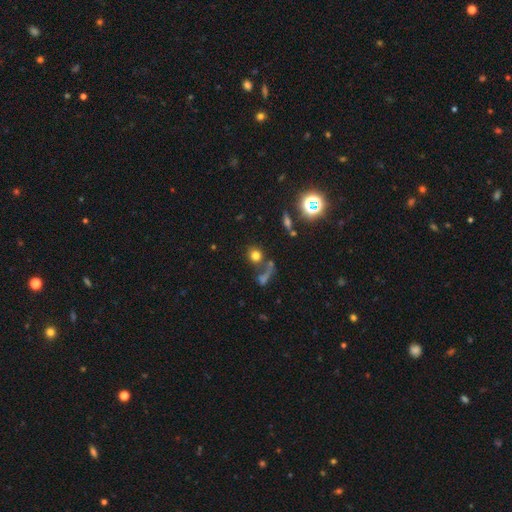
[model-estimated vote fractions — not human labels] A smooth galaxy with no disk features (70%) that is round (82%). Merging: none (58%).